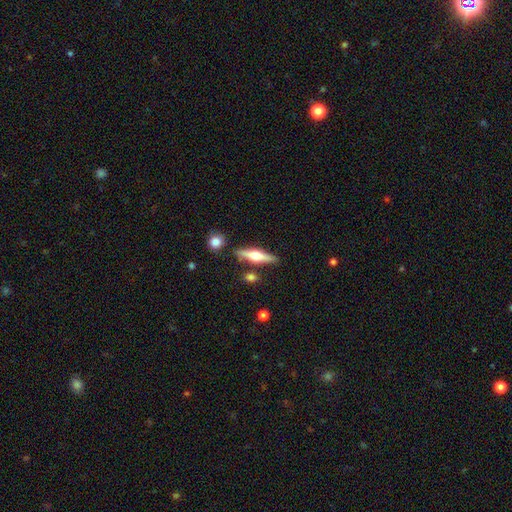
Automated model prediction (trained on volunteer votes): A featured or disk galaxy (62%) viewed edge-on (96%) with a rounded central bulge (94%). Merging: none (82%).